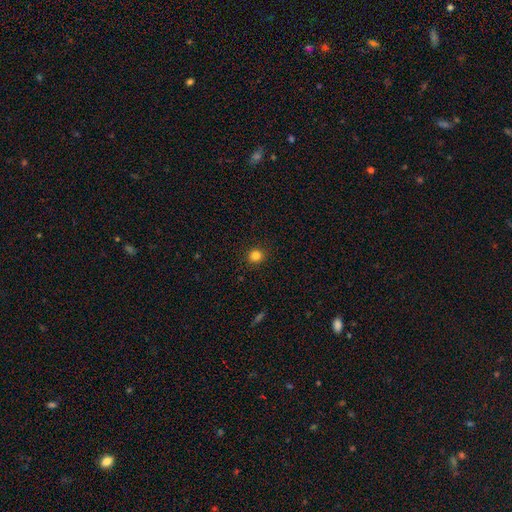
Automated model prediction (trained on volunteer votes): Smooth or featured? Predicted: smooth (p=0.82). How rounded? Predicted: round (p=0.90). Merging? Predicted: none (p=0.92).